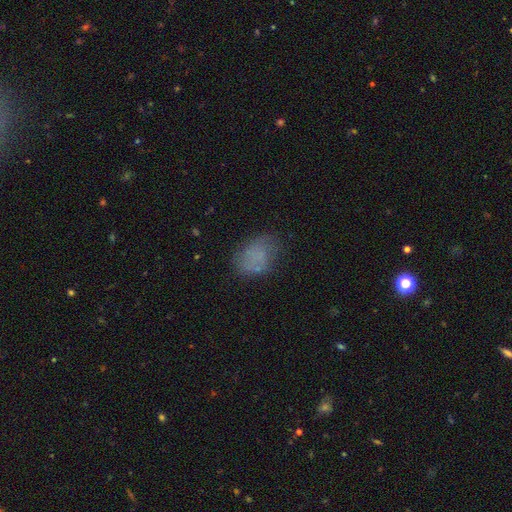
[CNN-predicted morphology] A smooth galaxy with no disk features (64%) that is in between round and cigar-shaped (76%). Merging: none (64%).